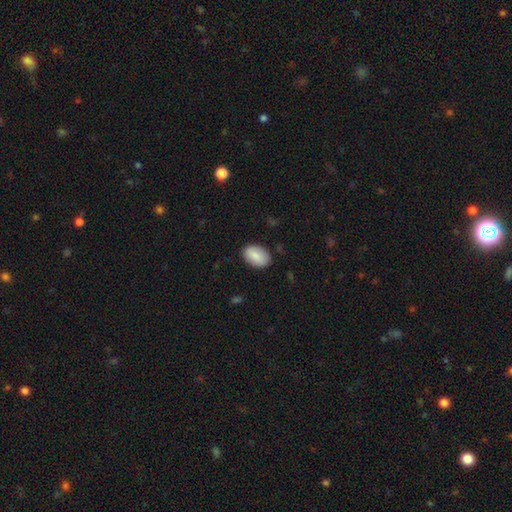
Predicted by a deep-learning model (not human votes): This appears to be a smooth galaxy with no disk features (83%) that is in between round and cigar-shaped (90%). Merging: none (86%).